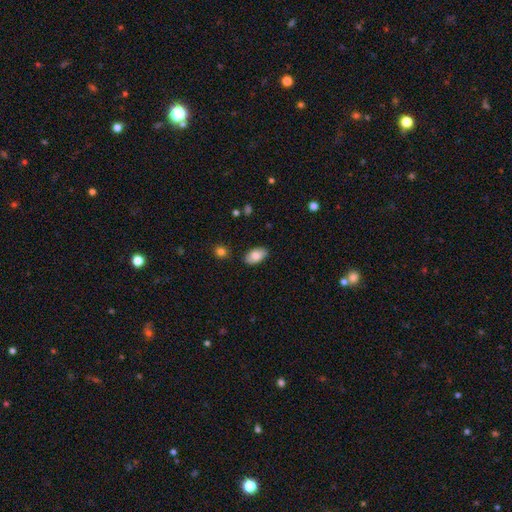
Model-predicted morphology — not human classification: Q: Smooth or featured?
A: smooth (83%); runner-up: featured or disk (11%)
Q: How rounded?
A: in between (94%); runner-up: round (4%)
Q: Merging?
A: none (85%); runner-up: minor disturbance (11%)